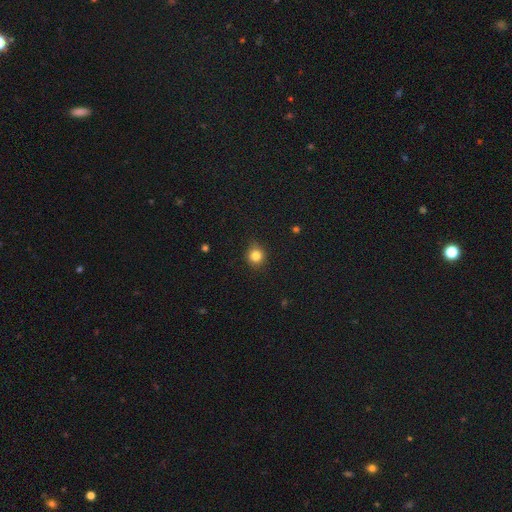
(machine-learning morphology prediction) Q: Smooth or featured?
A: smooth (82%); runner-up: star or artifact (12%)
Q: How rounded?
A: round (86%); runner-up: in between (13%)
Q: Merging?
A: none (84%); runner-up: minor disturbance (12%)